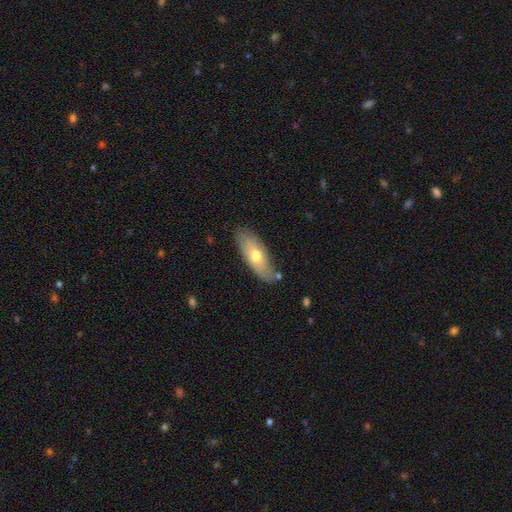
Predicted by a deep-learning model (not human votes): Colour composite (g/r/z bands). It shows a smooth galaxy with no disk features (59%) that is in between round and cigar-shaped (76%). Merging: none (75%).